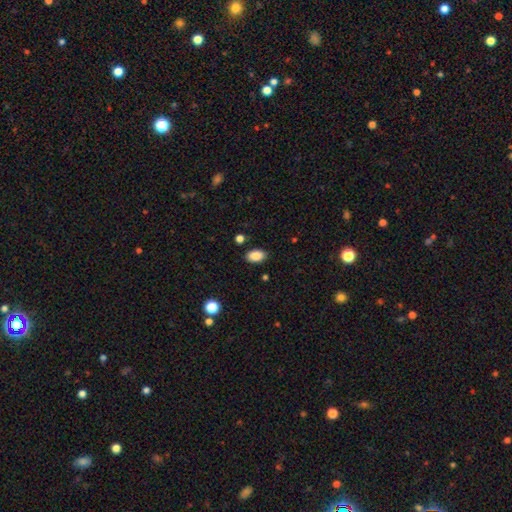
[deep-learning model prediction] This appears to be a smooth galaxy with no disk features (88%) that is in between round and cigar-shaped (89%). Merging: none (86%).